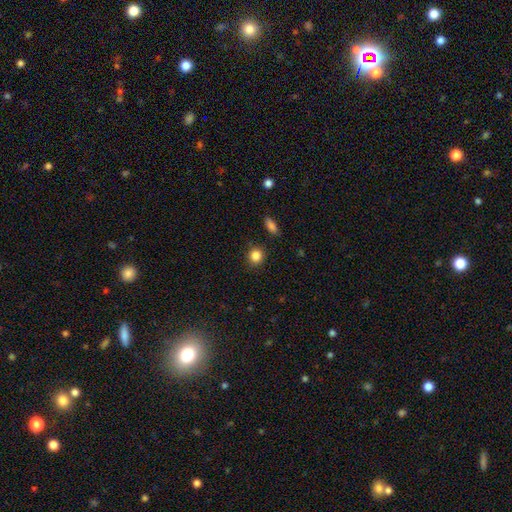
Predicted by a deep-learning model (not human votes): smooth 85%, star or artifact 10%, featured or disk 4%. Down the decision tree: how rounded — round (84%); merging — none (87%).